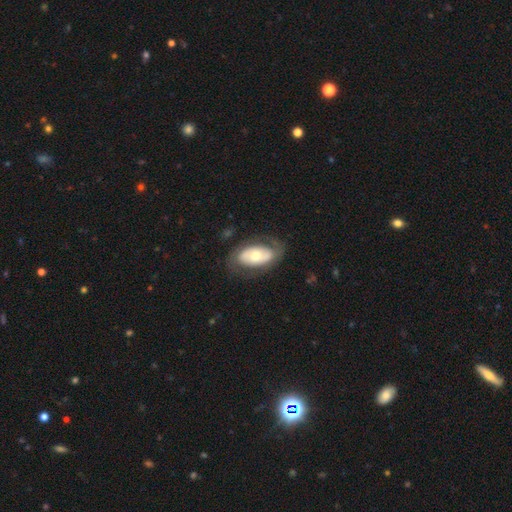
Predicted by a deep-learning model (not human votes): featured or disk 56%, smooth 38%, star or artifact 5%. Down the decision tree: edge-on disk — no (91%); bar — no (74%); spiral arms — no (51%); bulge size — moderate (65%); merging — none (70%).